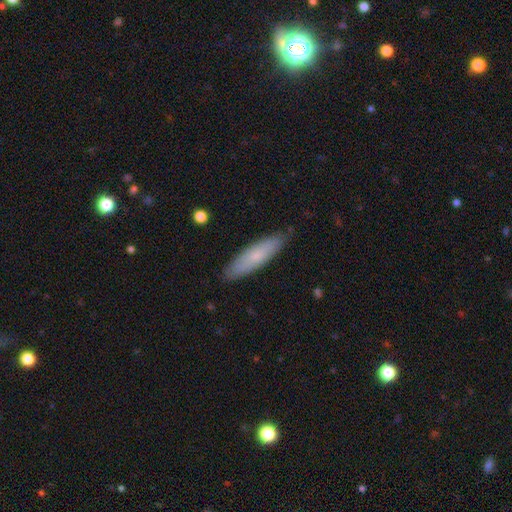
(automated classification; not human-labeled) Smooth or featured? Predicted: smooth (p=0.68). How rounded? Predicted: cigar-shaped (p=0.67). Merging? Predicted: none (p=0.85).